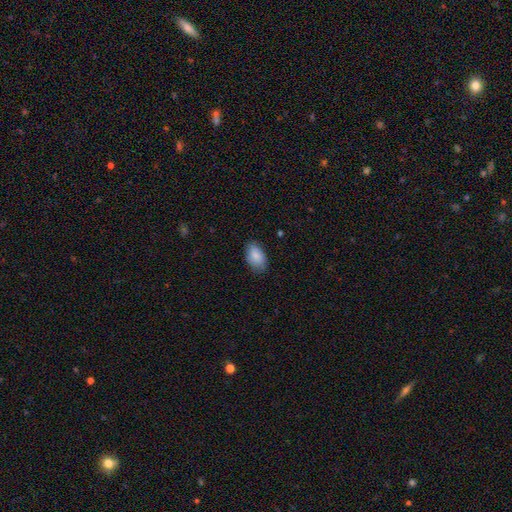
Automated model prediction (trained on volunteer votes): smooth-or-featured: smooth: 86% | featured or disk: 8% | star or artifact: 7%
  how-rounded: in between: 92% | round: 6% | cigar-shaped: 1%
  merging: none: 79% | minor disturbance: 17% | major disturbance: 3% | merger: 1%